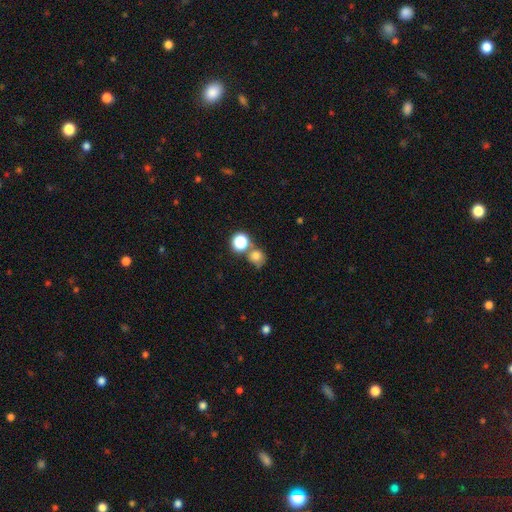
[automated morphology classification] The model was most divided on "merging": none: 52%, merger: 29%, minor disturbance: 12%, major disturbance: 6%. More confident: how rounded — round (83%); smooth or featured — smooth (75%).